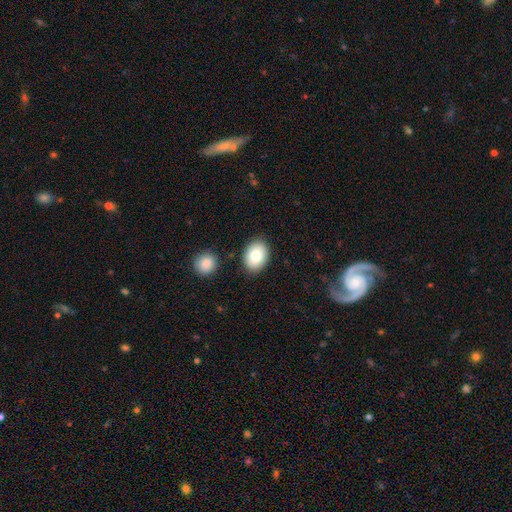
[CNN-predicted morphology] Q: Smooth or featured?
A: smooth (81%); runner-up: featured or disk (11%)
Q: How rounded?
A: in between (72%); runner-up: round (27%)
Q: Merging?
A: none (85%); runner-up: minor disturbance (9%)